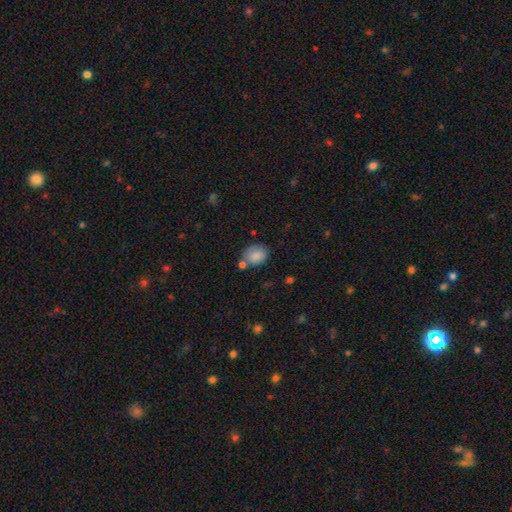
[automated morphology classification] Smooth or featured? Predicted: smooth (p=0.84). How rounded? Predicted: round (p=0.52). Merging? Predicted: none (p=0.64).